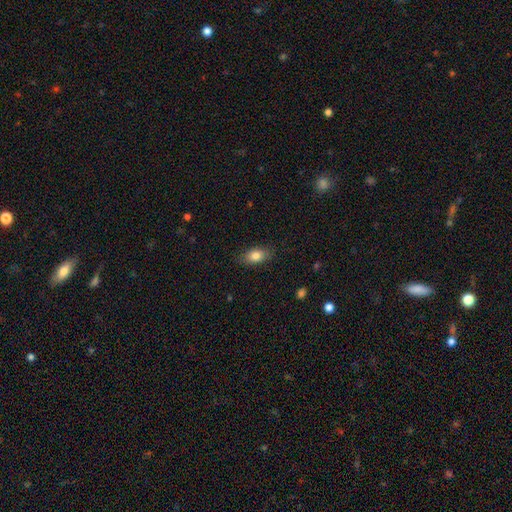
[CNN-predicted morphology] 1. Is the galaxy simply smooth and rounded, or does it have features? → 82% smooth, 10% featured or disk, 8% star or artifact.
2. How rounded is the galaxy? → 86% in between, 9% round, 5% cigar-shaped.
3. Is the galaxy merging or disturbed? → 83% none, 13% minor disturbance, 3% major disturbance, 1% merger.